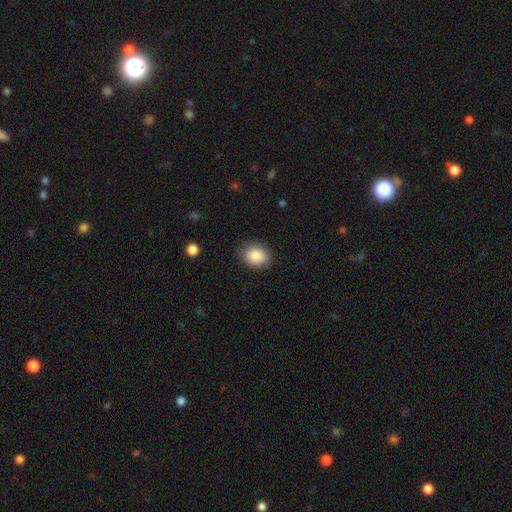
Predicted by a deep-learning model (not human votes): Smooth or featured? smooth (88%)
How rounded? in between (64%)
Merging? none (83%)